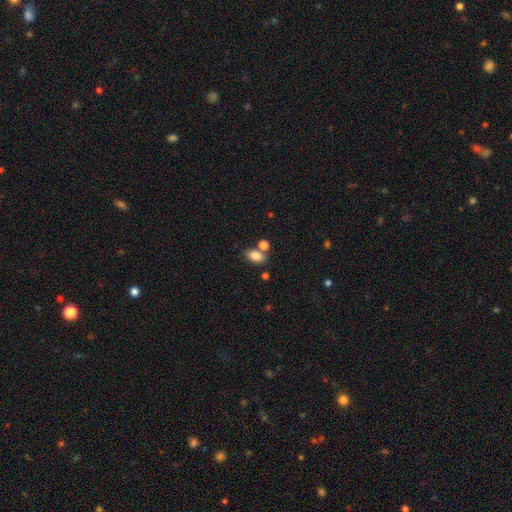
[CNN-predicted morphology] This is clearly a smooth galaxy (84%). How rounded: clearly in between (88%). Merging: possibly none (60%).